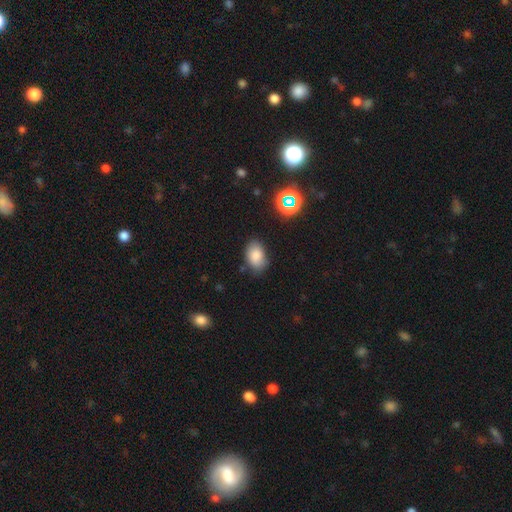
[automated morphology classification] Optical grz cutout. It shows a smooth galaxy with no disk features (83%) that is in between round and cigar-shaped (86%). Merging: none (77%).